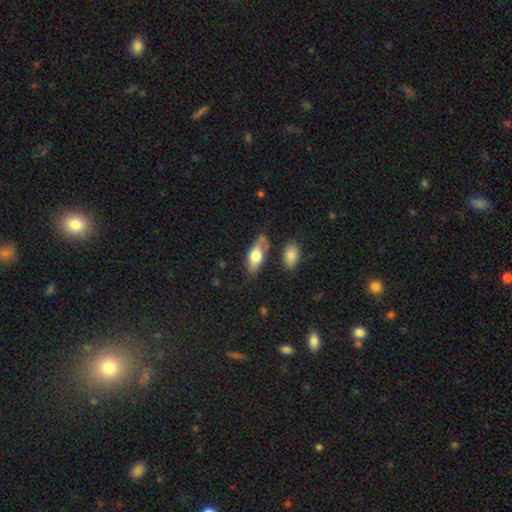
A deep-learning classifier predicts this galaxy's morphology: smooth 66%, featured or disk 28%, star or artifact 6%. Down the decision tree: how rounded — in between (82%); merging — none (53%).